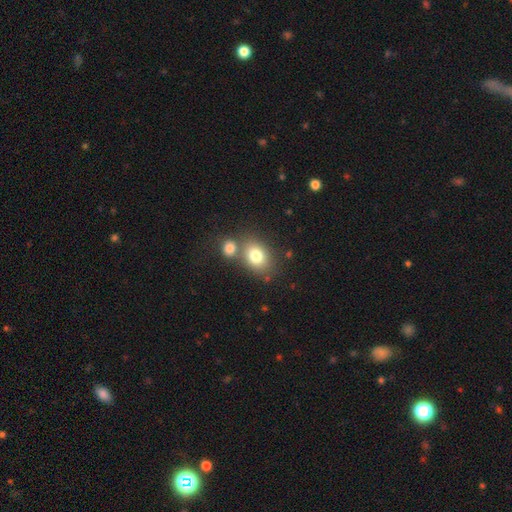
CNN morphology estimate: This appears to be a smooth galaxy with no disk features (78%) that is in between round and cigar-shaped (60%). Merging: none (55%).